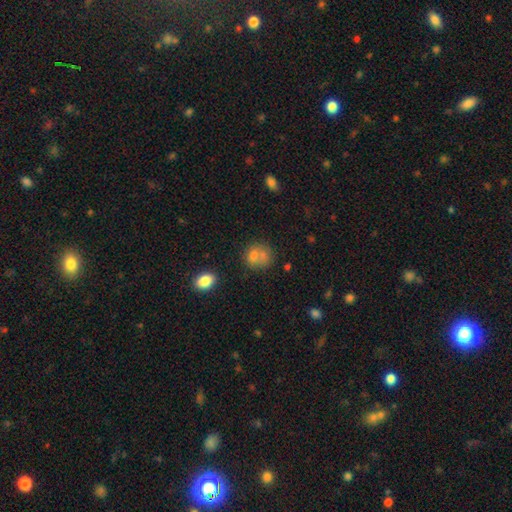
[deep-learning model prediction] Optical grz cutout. It shows a smooth galaxy with no disk features (72%) that is round (67%). Merging: none (42%).